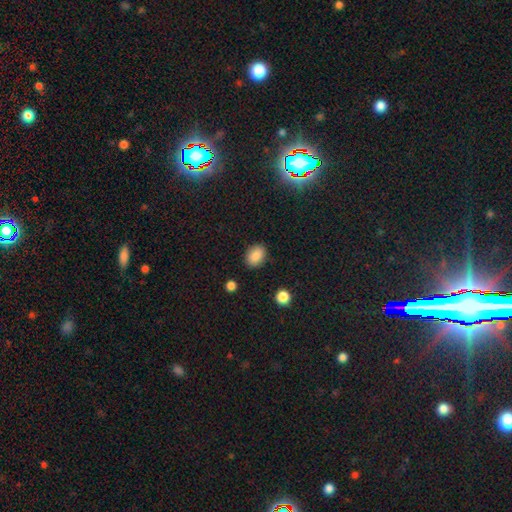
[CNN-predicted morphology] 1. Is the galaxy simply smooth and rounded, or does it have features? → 87% smooth, 8% star or artifact, 5% featured or disk.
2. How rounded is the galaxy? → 75% in between, 24% round, 1% cigar-shaped.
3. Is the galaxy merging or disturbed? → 87% none, 9% minor disturbance, 3% major disturbance, 2% merger.